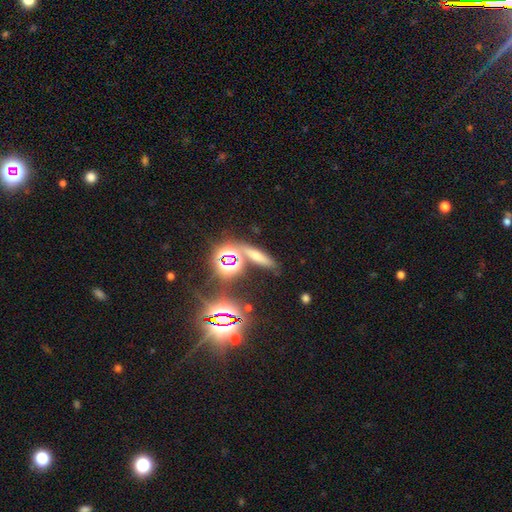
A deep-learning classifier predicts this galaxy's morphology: This is marginally a smooth galaxy (43%). Merging: likely none (72%).